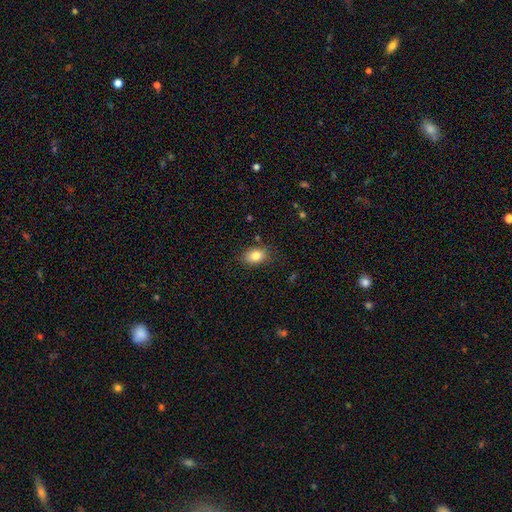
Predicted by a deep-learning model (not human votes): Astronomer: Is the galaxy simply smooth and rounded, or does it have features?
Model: smooth — 83%.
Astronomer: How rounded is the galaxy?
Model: in between — 81%.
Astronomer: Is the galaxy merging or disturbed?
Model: none — 81%.